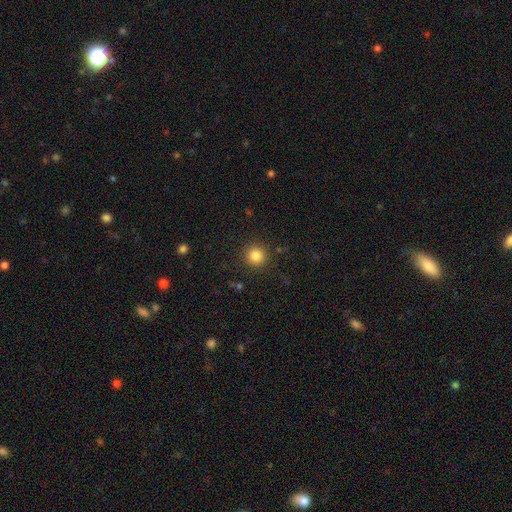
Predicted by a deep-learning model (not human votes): Overall: smooth (84%). How rounded: round (94%). Merging: none (90%).